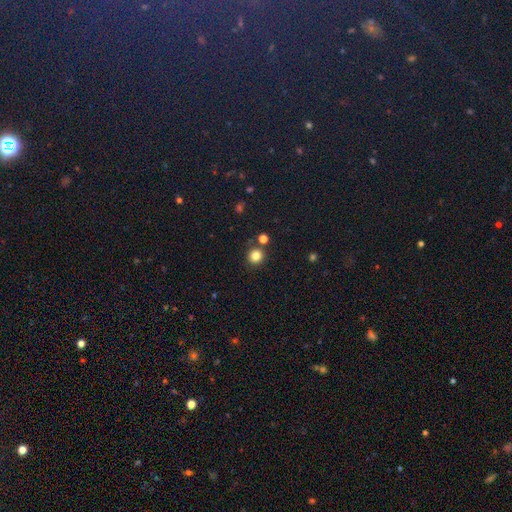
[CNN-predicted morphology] A smooth galaxy with no disk features (82%) that is round (92%). Merging: none (83%).